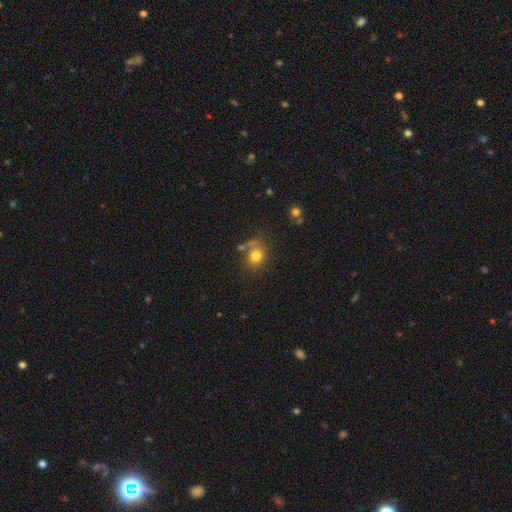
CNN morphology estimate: Smooth or featured? Predicted: smooth (p=0.78). How rounded? Predicted: round (p=0.64). Merging? Predicted: none (p=0.61).